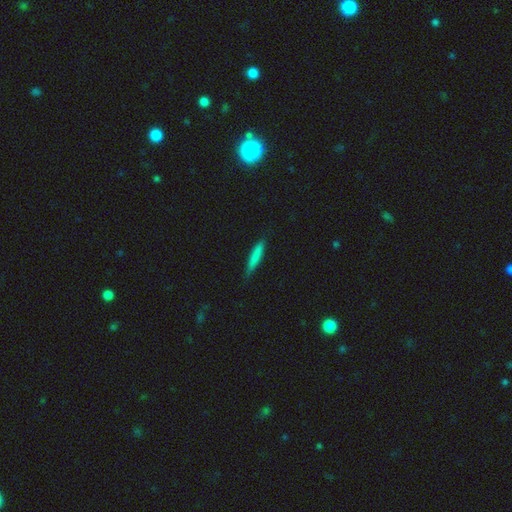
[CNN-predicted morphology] smooth-or-featured: smooth: 79% | featured or disk: 14% | star or artifact: 7%
  how-rounded: cigar-shaped: 91% | in between: 8% | round: 1%
  merging: none: 83% | minor disturbance: 14% | major disturbance: 2% | merger: 1%